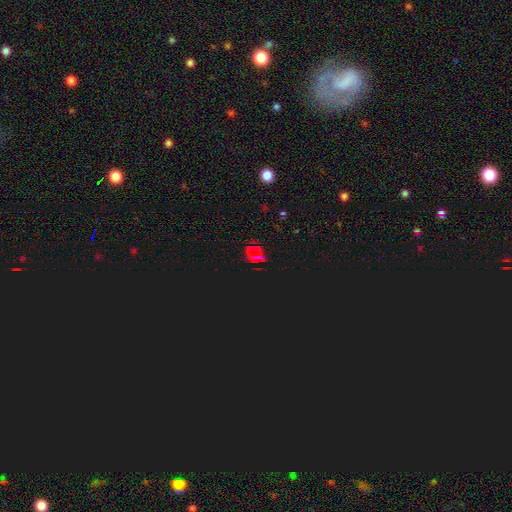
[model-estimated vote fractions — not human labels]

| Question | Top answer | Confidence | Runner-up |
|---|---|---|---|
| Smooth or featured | star or artifact | 66% | smooth (24%) |